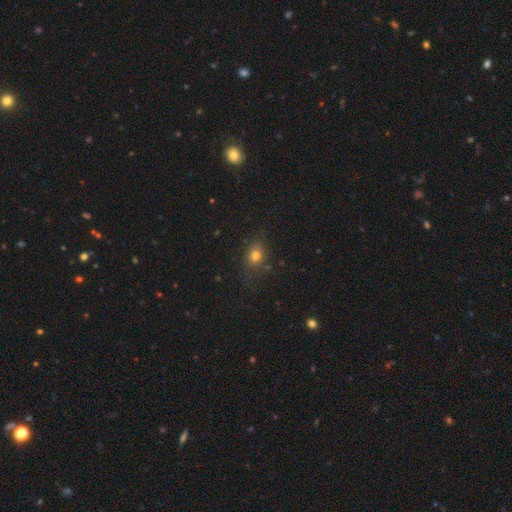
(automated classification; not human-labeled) smooth_or_featured: smooth (p=0.74) [alt: star or artifact p=0.16]
how_rounded: in between (p=0.52) [alt: round p=0.46]
merging: none (p=0.74) [alt: minor disturbance p=0.17]